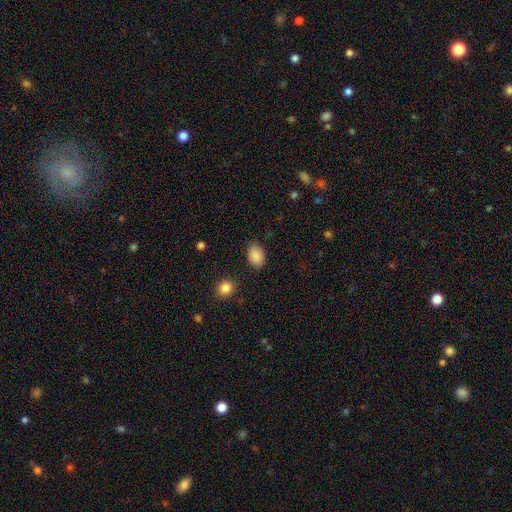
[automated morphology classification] The model was most divided on "how rounded": in between: 79%, round: 20%, cigar-shaped: 1%. More confident: smooth or featured — smooth (88%); merging — none (83%).